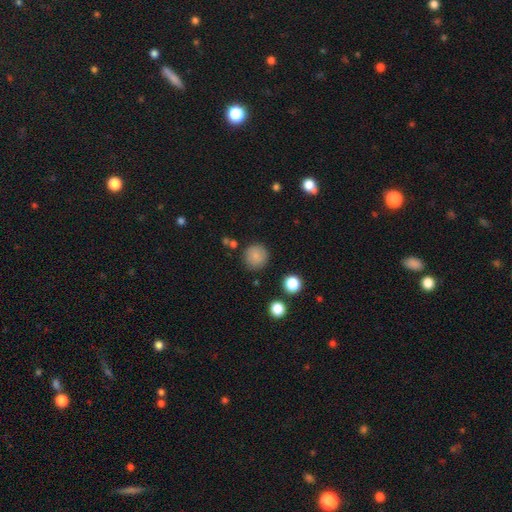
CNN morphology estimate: Smooth or featured: smooth — 83% (star or artifact — 11%)
How rounded: round — 94% (in between — 5%)
Merging: none — 86% (minor disturbance — 9%)